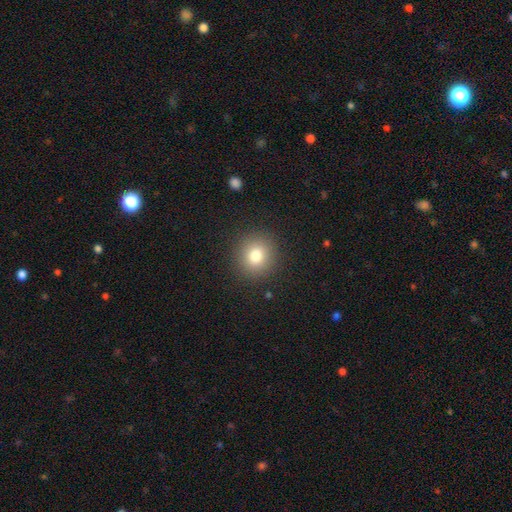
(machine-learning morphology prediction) The model was most divided on "smooth or featured": smooth: 79%, star or artifact: 12%, featured or disk: 9%. More confident: merging — none (90%); how rounded — round (88%).